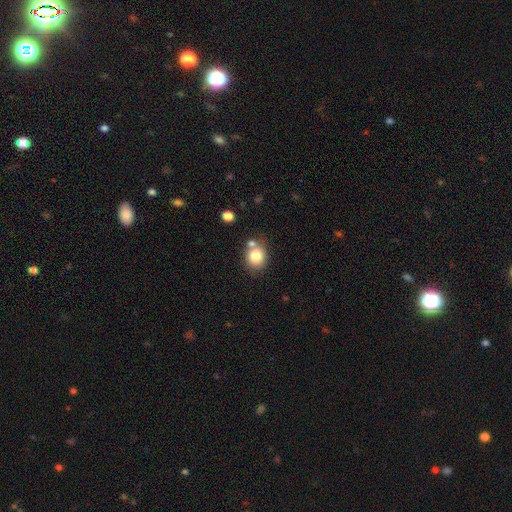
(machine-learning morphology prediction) The model was most divided on "merging": none: 65%, merger: 19%, minor disturbance: 12%, major disturbance: 4%. More confident: smooth or featured — smooth (80%); how rounded — round (74%).